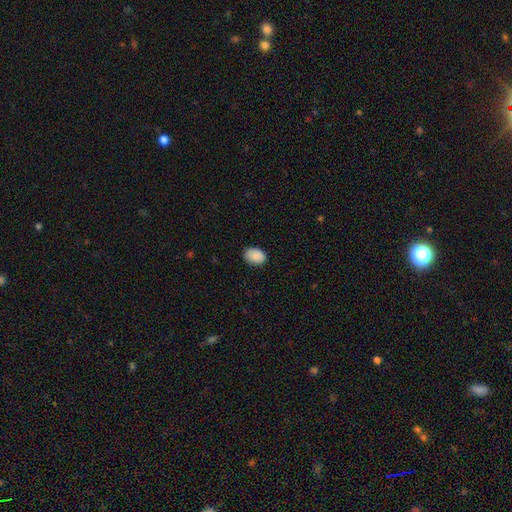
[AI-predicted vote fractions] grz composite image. It shows a smooth galaxy with no disk features (89%) that is in between round and cigar-shaped (81%). Merging: none (86%).